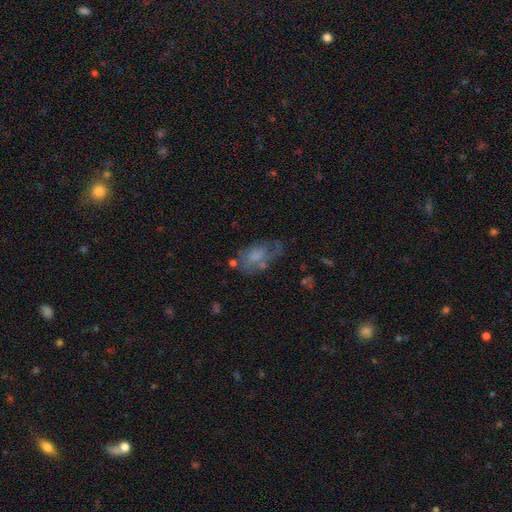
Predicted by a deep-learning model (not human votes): This appears to be a smooth galaxy with no disk features (46%). Merging: none (43%).